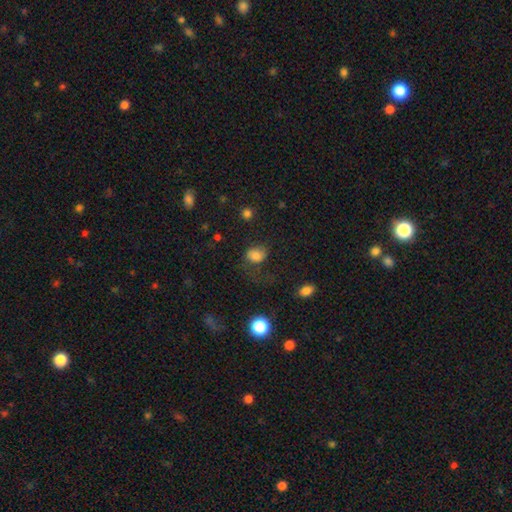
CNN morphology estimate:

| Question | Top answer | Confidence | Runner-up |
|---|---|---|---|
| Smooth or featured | smooth | 78% | star or artifact (12%) |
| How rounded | in between | 60% | round (39%) |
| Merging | none | 47% | major disturbance (26%) |